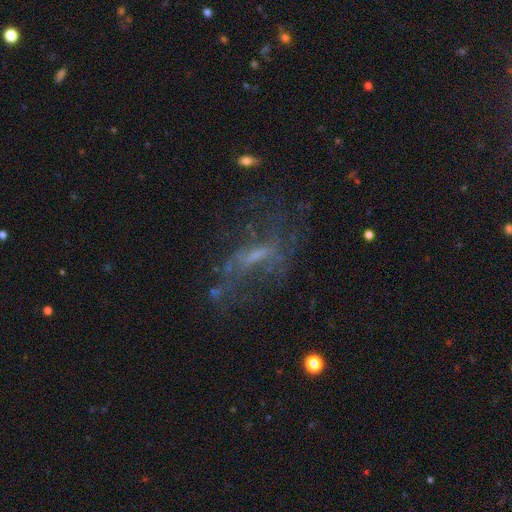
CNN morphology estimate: smooth_or_featured: featured or disk (p=0.58) [alt: smooth p=0.22]
disk_edge_on: no (p=0.86) [alt: yes p=0.14]
bar: no (p=0.40) [alt: weak p=0.38]
has_spiral_arms: no (p=0.63) [alt: yes p=0.37]
bulge_size: none (p=0.39) [alt: small p=0.36]
merging: none (p=0.48) [alt: major disturbance p=0.30]